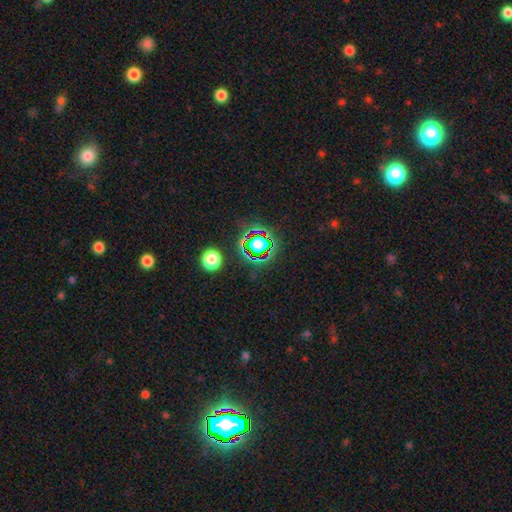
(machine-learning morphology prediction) star or artifact 79%, smooth 13%, featured or disk 7%.